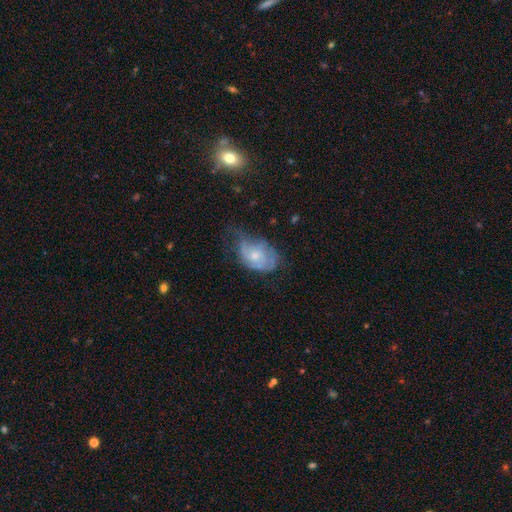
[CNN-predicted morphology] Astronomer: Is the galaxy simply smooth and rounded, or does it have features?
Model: featured or disk — 59% (runner-up: smooth, 34%).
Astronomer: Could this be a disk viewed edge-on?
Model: no — 96%.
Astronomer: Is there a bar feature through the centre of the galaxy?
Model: no — 77%.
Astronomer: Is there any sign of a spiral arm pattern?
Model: yes — 69%.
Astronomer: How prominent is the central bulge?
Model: small — 53% (runner-up: moderate, 38%).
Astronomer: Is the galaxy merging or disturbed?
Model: none — 37% (runner-up: minor disturbance, 36%).